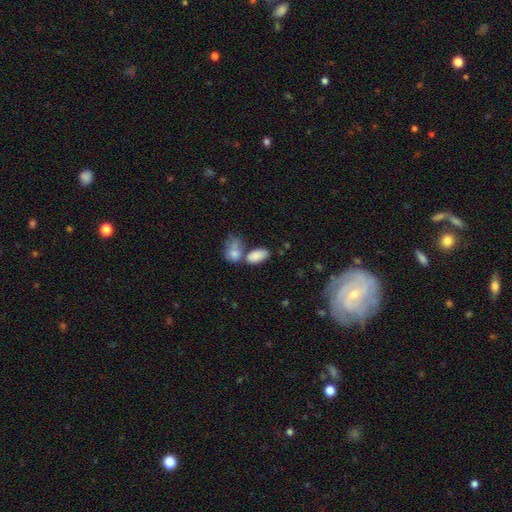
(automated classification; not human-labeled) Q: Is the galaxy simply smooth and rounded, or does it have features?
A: smooth — 83%.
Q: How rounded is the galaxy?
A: in between — 93%.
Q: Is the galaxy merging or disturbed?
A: merger — 40%.